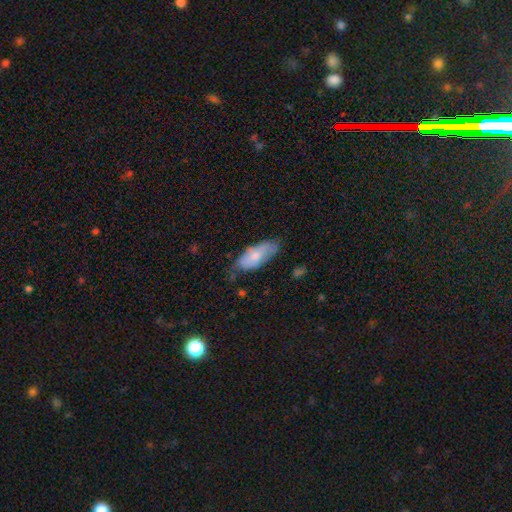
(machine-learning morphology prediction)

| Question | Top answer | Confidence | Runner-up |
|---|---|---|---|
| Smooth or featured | smooth | 70% | featured or disk (24%) |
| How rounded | in between | 84% | cigar-shaped (14%) |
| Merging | none | 58% | minor disturbance (32%) |